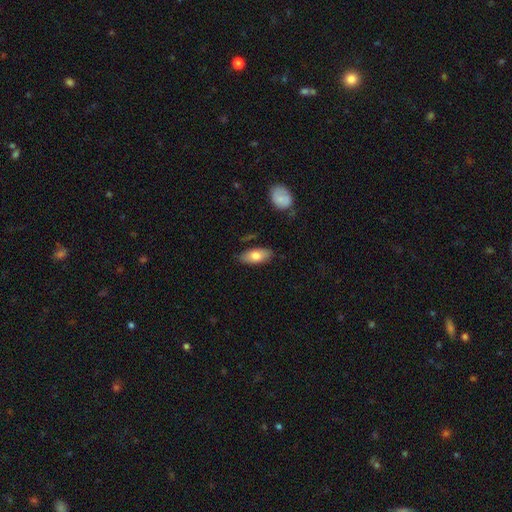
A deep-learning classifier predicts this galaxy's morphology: Smooth or featured: smooth — 76% (featured or disk — 18%)
How rounded: in between — 86% (cigar-shaped — 11%)
Merging: none — 82% (minor disturbance — 14%)